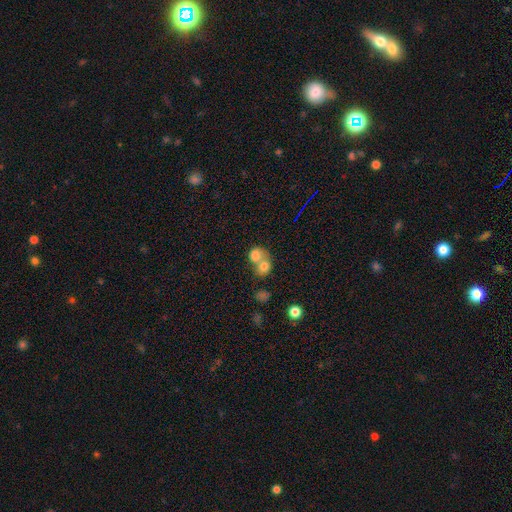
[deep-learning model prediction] Q: Smooth or featured?
A: smooth (74%); runner-up: featured or disk (17%)
Q: How rounded?
A: round (65%); runner-up: in between (34%)
Q: Merging?
A: merger (73%); runner-up: none (19%)